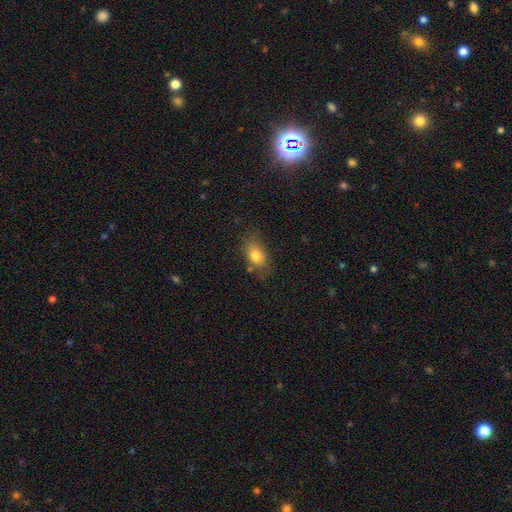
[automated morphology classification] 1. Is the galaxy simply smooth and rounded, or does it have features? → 79% smooth, 12% featured or disk, 9% star or artifact.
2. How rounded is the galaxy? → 81% in between, 17% round, 3% cigar-shaped.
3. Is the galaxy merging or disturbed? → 70% none, 20% minor disturbance, 6% major disturbance, 4% merger.